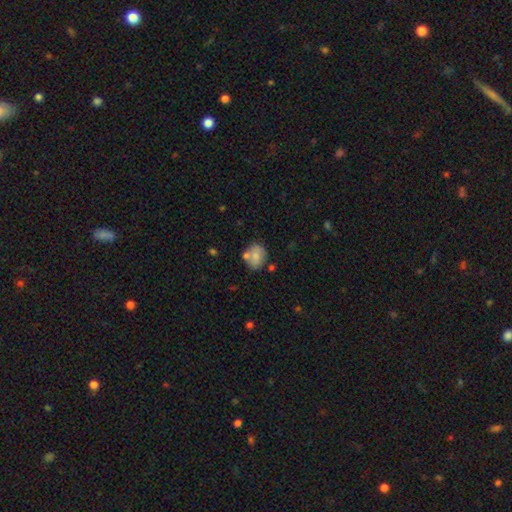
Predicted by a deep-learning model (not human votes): This appears to be a smooth galaxy with no disk features (78%) that is in between round and cigar-shaped (53%). Merging: none (63%).